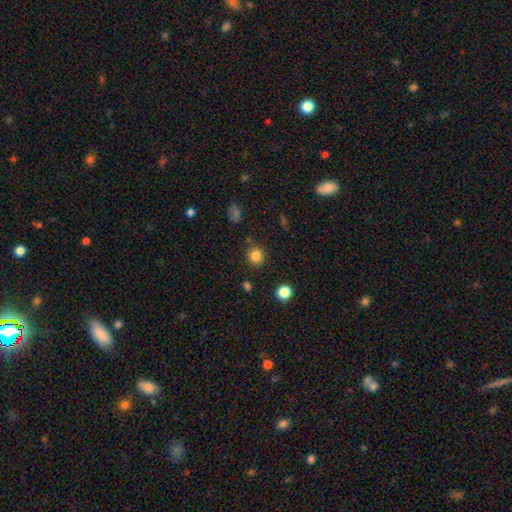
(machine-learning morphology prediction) smooth 83%, star or artifact 12%, featured or disk 5%. Down the decision tree: how rounded — round (89%); merging — none (87%).